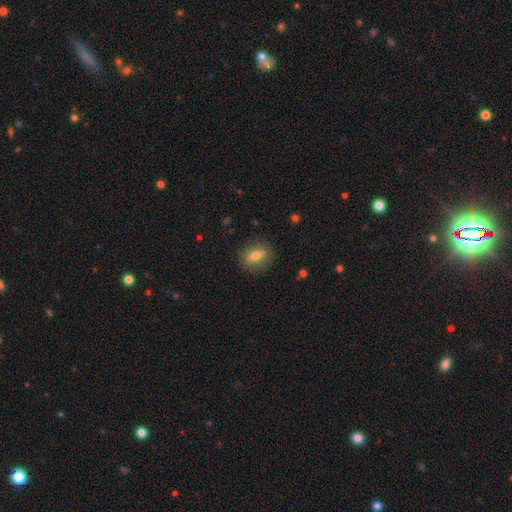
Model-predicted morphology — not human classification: Smooth or featured? smooth (72%)
How rounded? in between (54%)
Merging? none (85%)